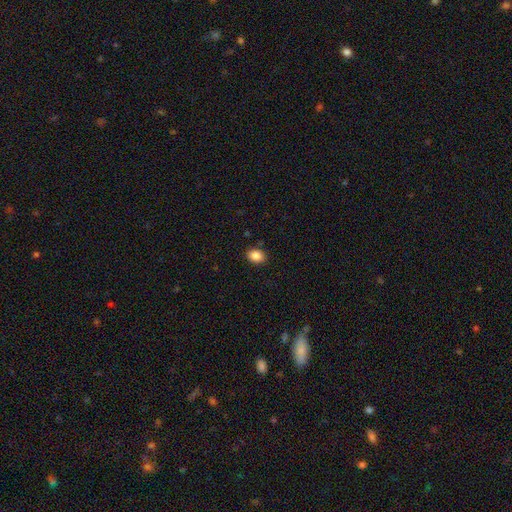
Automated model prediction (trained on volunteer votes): Smooth or featured? smooth (87%)
How rounded? in between (67%)
Merging? none (89%)